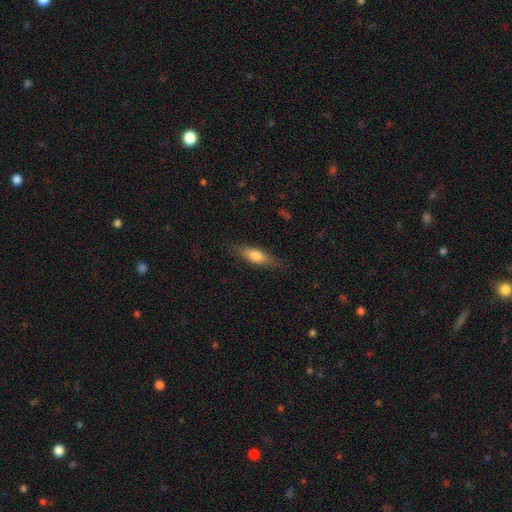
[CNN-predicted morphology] type=smooth (70%); roundness=in between (50%); merging=none (79%).